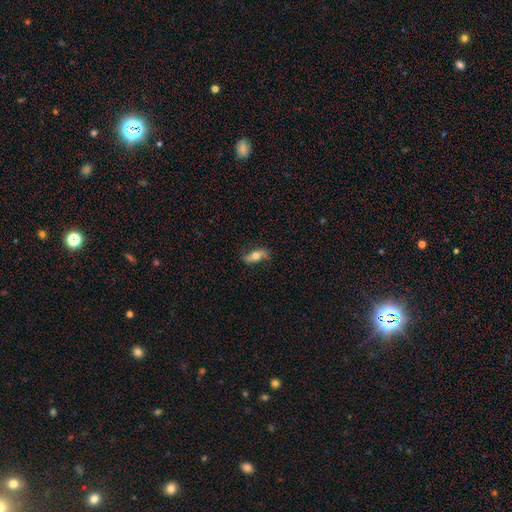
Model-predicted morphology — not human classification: A smooth galaxy with no disk features (59%) that is in between round and cigar-shaped (75%). Merging: none (76%).